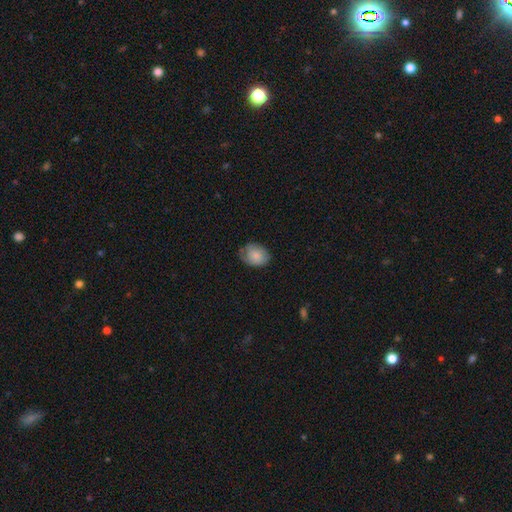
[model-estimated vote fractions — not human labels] smooth 77%, featured or disk 16%, star or artifact 7%. Down the decision tree: how rounded — in between (56%); merging — none (59%).